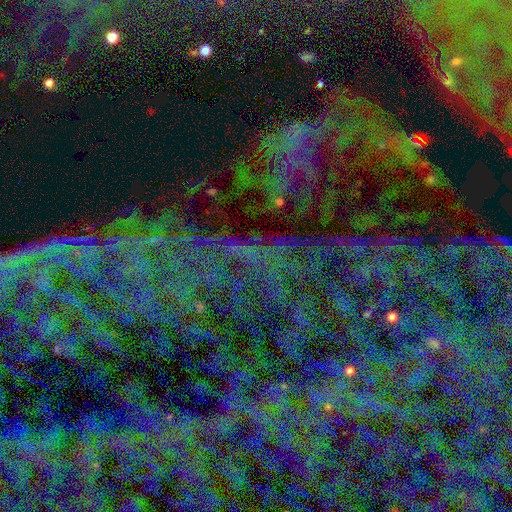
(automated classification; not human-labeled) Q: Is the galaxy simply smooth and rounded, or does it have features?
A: star or artifact — 78%.